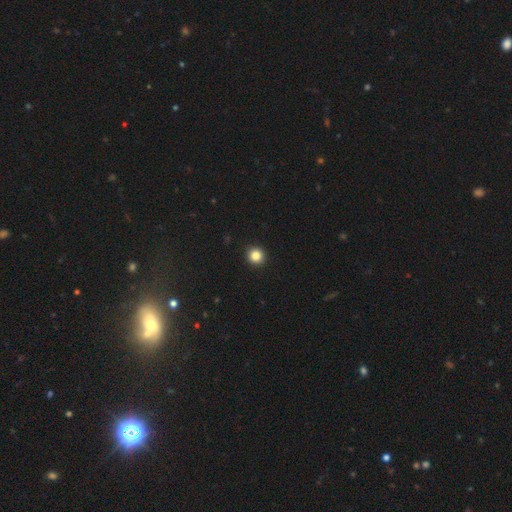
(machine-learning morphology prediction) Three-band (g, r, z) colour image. It shows a smooth galaxy with no disk features (85%) that is round (94%). Merging: none (94%).